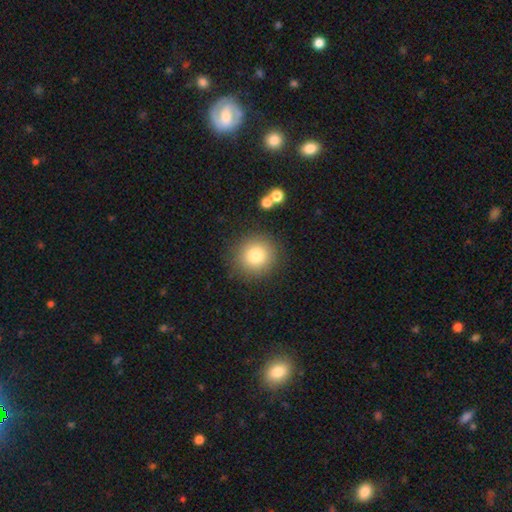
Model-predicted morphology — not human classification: smooth-or-featured: smooth: 80% | star or artifact: 11% | featured or disk: 9%
  how-rounded: round: 92% | in between: 7% | cigar-shaped: 1%
  merging: none: 86% | minor disturbance: 8% | merger: 3% | major disturbance: 3%